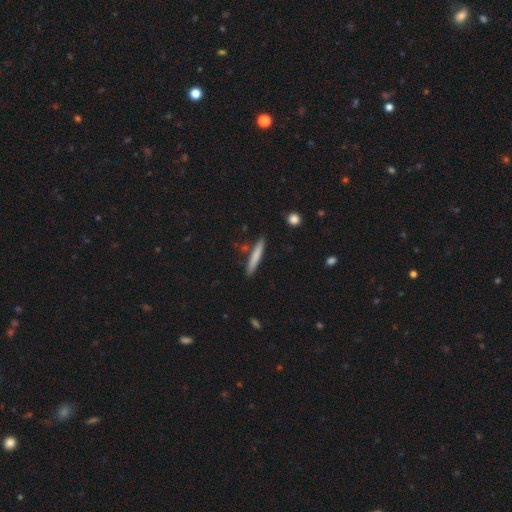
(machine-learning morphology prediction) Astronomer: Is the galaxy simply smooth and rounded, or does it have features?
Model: smooth — 74%.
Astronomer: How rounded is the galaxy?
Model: cigar-shaped — 95%.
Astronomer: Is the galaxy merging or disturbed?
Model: none — 86%.